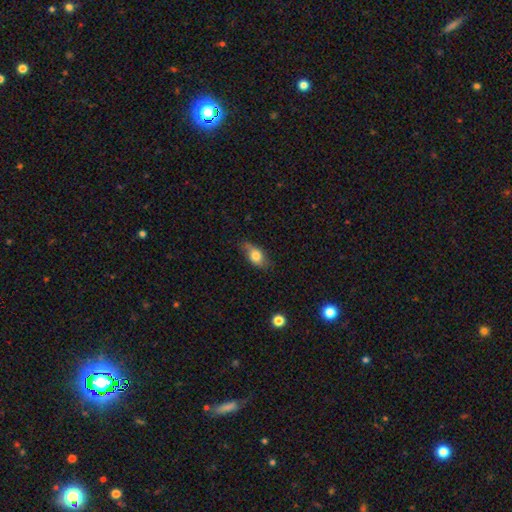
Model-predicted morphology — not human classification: Overall: smooth (71%). How rounded: in between (82%). Merging: none (66%; minor disturbance 27%).